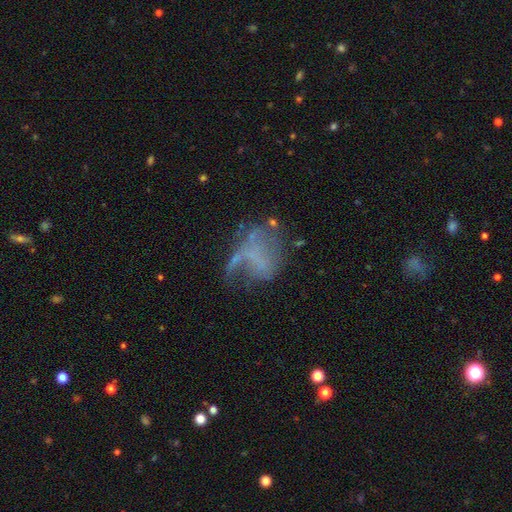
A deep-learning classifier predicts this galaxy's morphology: Overall: featured or disk (55%; smooth 28%). Edge-on disk: no (97%). Bar: no (81%). Spiral arms: no (75%). Bulge size: none (82%). Merging: major disturbance (46%; none 28%).